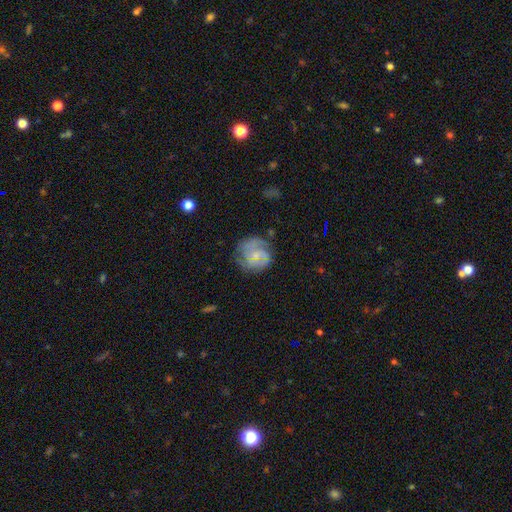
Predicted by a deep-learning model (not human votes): The model was most divided on "spiral arm count": can't tell: 34%, 2: 32%, 3: 17%, 1: 7%, 4: 5%, more than 4: 4%. Remaining: edge-on disk — no (98%); spiral arms — yes (85%); bulge size — small (64%); smooth or featured — featured or disk (64%); merging — none (63%); bar — no (56%); spiral winding — tight (47%).